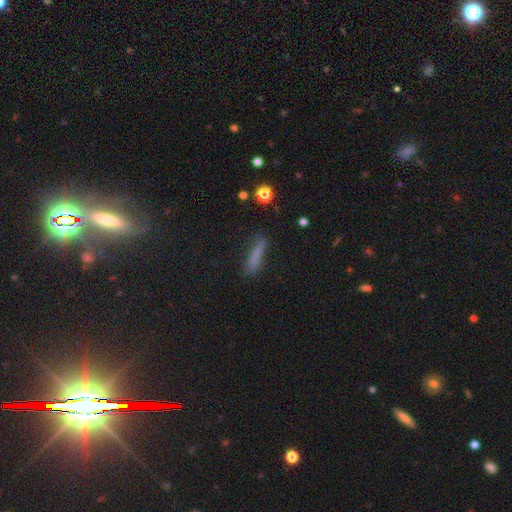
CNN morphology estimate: Smooth or featured? Predicted: smooth (p=0.72). How rounded? Predicted: cigar-shaped (p=0.84). Merging? Predicted: none (p=0.72).